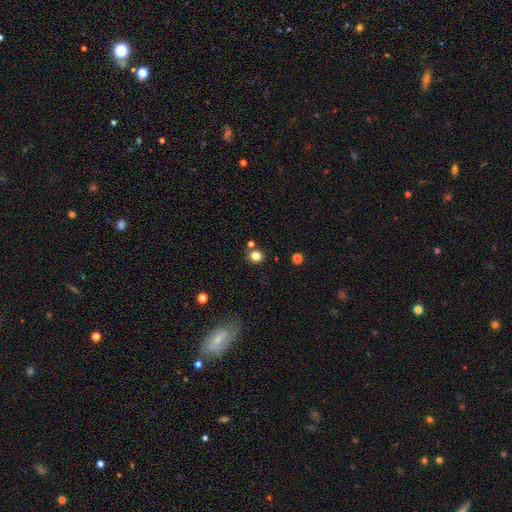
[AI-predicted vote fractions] Smooth or featured?
  - smooth: 80% *
  - star or artifact: 14%
  - featured or disk: 6%
How rounded?
  - round: 88% *
  - in between: 11%
  - cigar-shaped: 1%
Merging?
  - none: 80% *
  - merger: 9%
  - minor disturbance: 9%
  - major disturbance: 3%